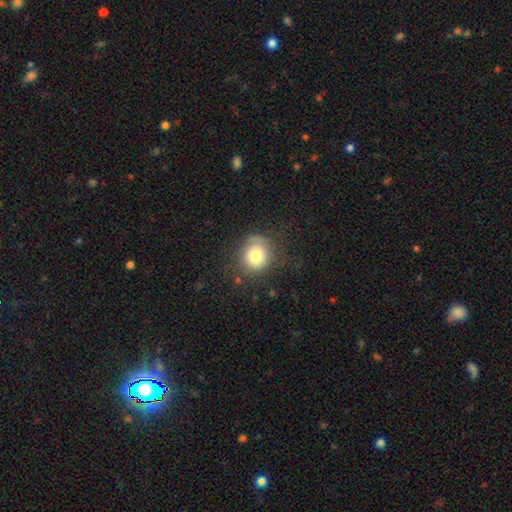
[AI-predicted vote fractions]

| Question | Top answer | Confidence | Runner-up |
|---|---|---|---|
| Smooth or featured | smooth | 77% | featured or disk (13%) |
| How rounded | round | 79% | in between (20%) |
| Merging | none | 73% | minor disturbance (17%) |